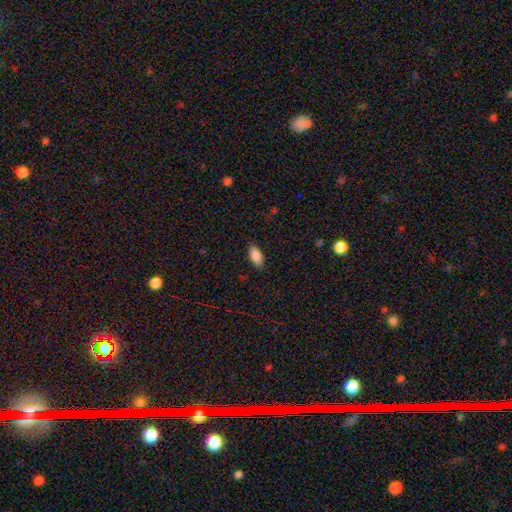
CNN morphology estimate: Smooth or featured? Predicted: smooth (p=0.87). How rounded? Predicted: in between (p=0.91). Merging? Predicted: none (p=0.87).